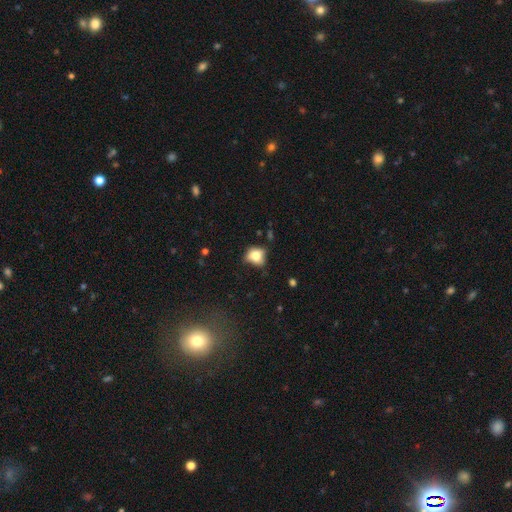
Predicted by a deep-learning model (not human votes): Smooth or featured?
  - smooth: 71% *
  - featured or disk: 18%
  - star or artifact: 11%
How rounded?
  - round: 54% *
  - in between: 44%
  - cigar-shaped: 2%
Merging?
  - none: 47% *
  - minor disturbance: 34%
  - major disturbance: 14%
  - merger: 5%